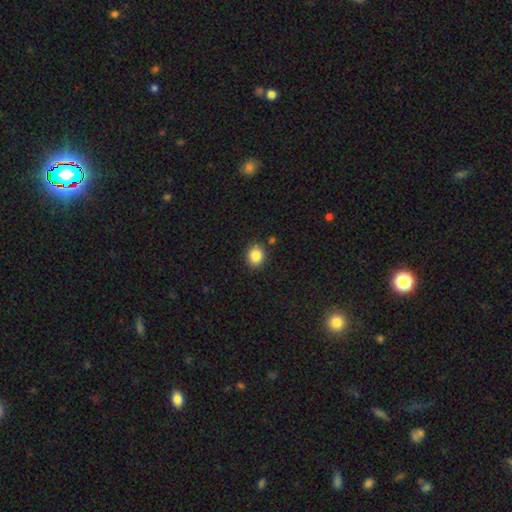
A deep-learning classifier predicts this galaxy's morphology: This is clearly a smooth galaxy (86%). How rounded: likely round (75%). Merging: clearly none (87%).